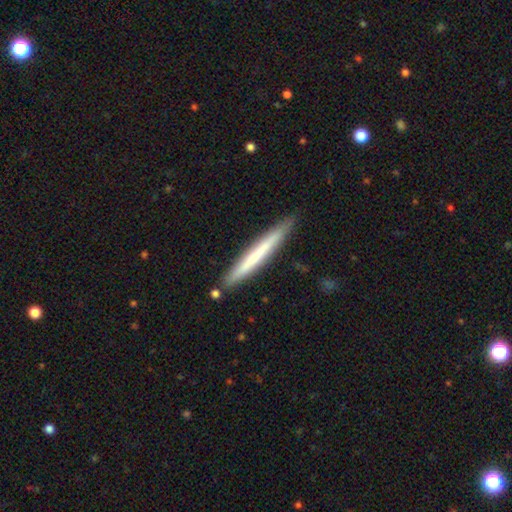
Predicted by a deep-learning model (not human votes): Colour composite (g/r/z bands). It shows a smooth galaxy with no disk features (57%) that is cigar-shaped (97%). Merging: none (87%).